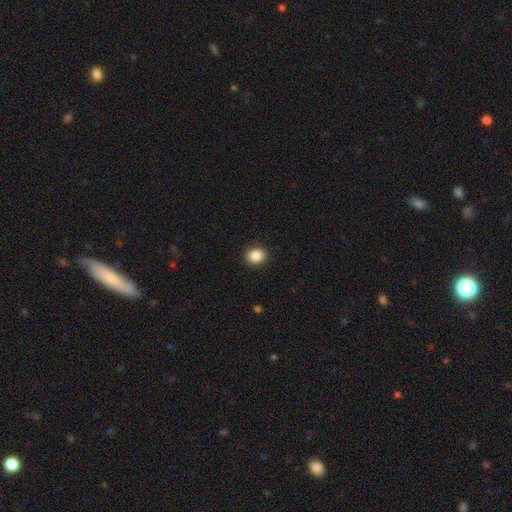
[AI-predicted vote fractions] Smooth or featured? Predicted: smooth (p=0.86). How rounded? Predicted: round (p=0.77). Merging? Predicted: none (p=0.91).